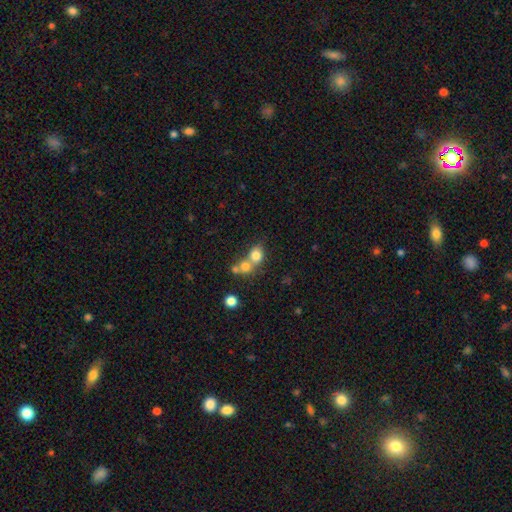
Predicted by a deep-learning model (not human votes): Morphology: type=smooth (76%); roundness=round (67%); merging=merger (56%).